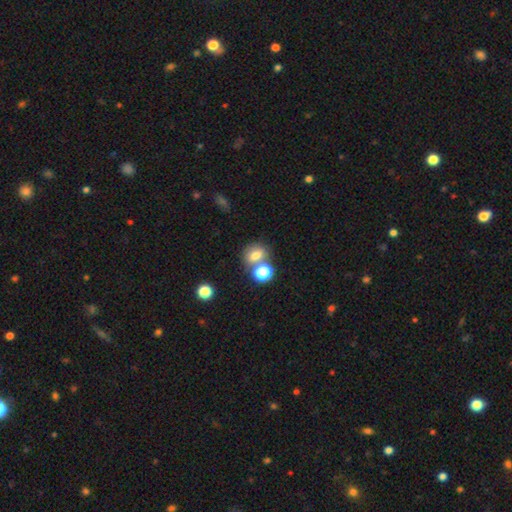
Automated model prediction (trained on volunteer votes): Overall: smooth (72%). How rounded: round (55%; in between 43%). Merging: none (51%; merger 34%).